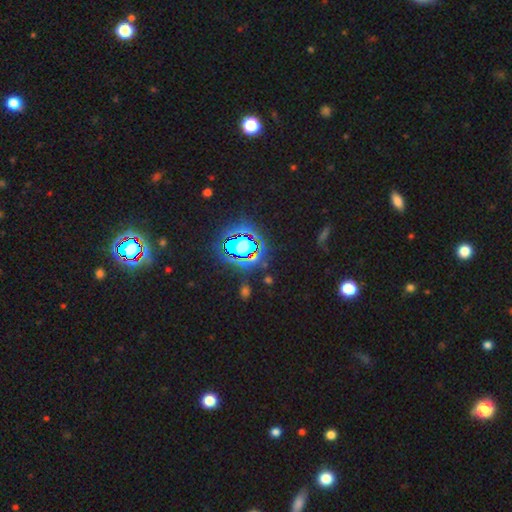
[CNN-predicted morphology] Smooth or featured? star or artifact (81%)